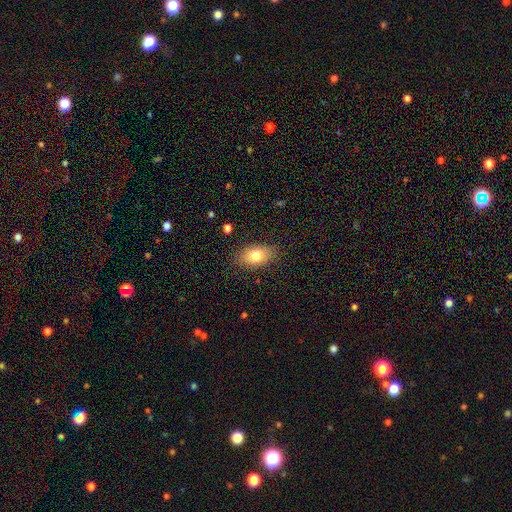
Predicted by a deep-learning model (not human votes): This appears to be a smooth galaxy with no disk features (79%) that is in between round and cigar-shaped (89%). Merging: none (84%).